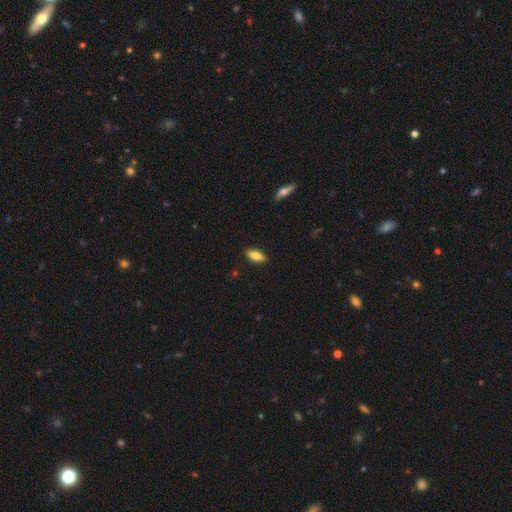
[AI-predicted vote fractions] This is likely a smooth galaxy (72%). How rounded: likely in between (77%). Merging: clearly none (89%).